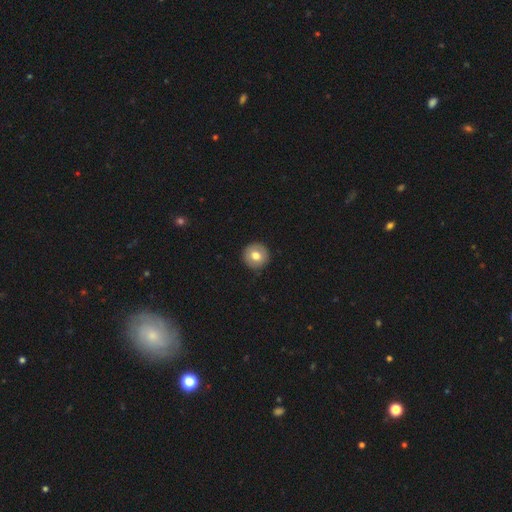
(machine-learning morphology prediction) Smooth or featured? Predicted: smooth (p=0.75). How rounded? Predicted: round (p=0.95). Merging? Predicted: none (p=0.90).